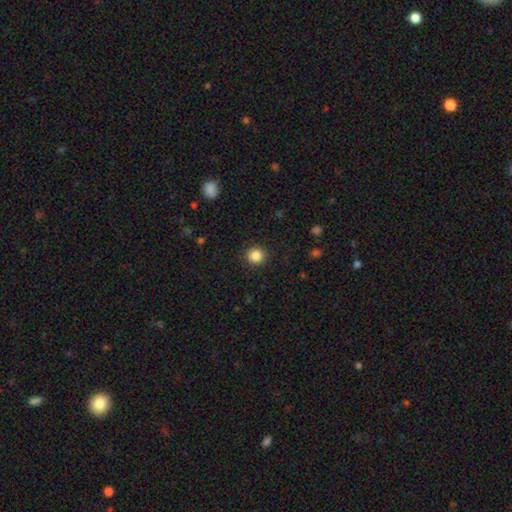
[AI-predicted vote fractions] A smooth galaxy with no disk features (86%) that is round (93%). Merging: none (91%).